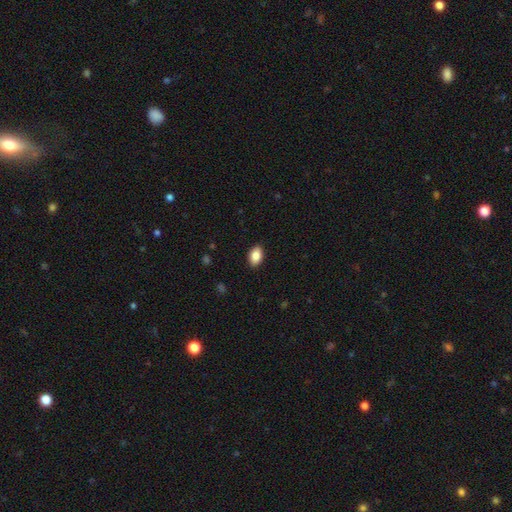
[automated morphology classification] The model was most divided on "smooth or featured": smooth: 87%, star or artifact: 7%, featured or disk: 6%. More confident: how rounded — in between (89%); merging — none (89%).